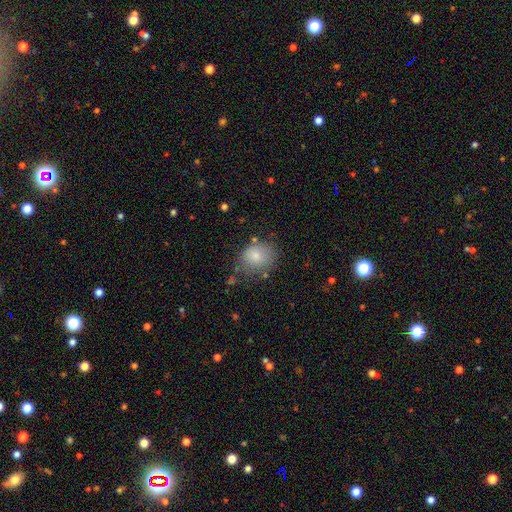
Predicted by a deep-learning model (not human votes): This appears to be a smooth galaxy with no disk features (80%) that is round (57%). Merging: none (64%).